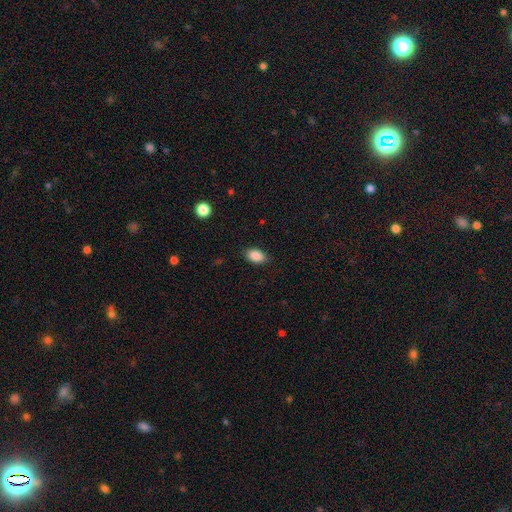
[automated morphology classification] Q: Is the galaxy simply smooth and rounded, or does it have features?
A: smooth — 88%.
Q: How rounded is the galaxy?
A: in between — 88%.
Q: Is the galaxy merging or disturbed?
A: none — 85%.